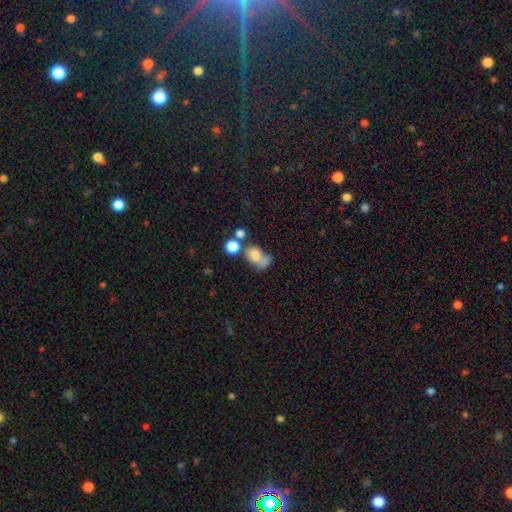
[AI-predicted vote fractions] smooth 69%, featured or disk 18%, star or artifact 13%. Down the decision tree: how rounded — in between (61%); merging — merger (42%).